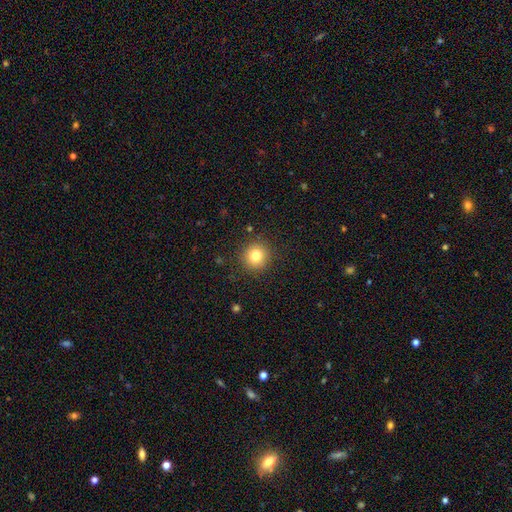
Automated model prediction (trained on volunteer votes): smooth_or_featured: smooth (p=0.80) [alt: star or artifact p=0.12]
how_rounded: round (p=0.94) [alt: in between p=0.05]
merging: none (p=0.90) [alt: minor disturbance p=0.06]